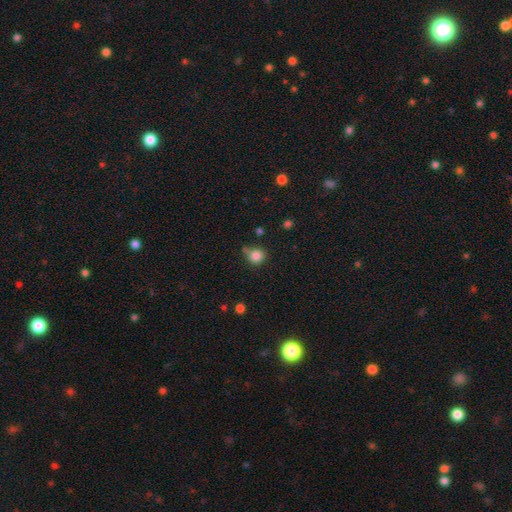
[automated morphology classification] Smooth or featured? smooth (84%)
How rounded? round (88%)
Merging? none (63%)